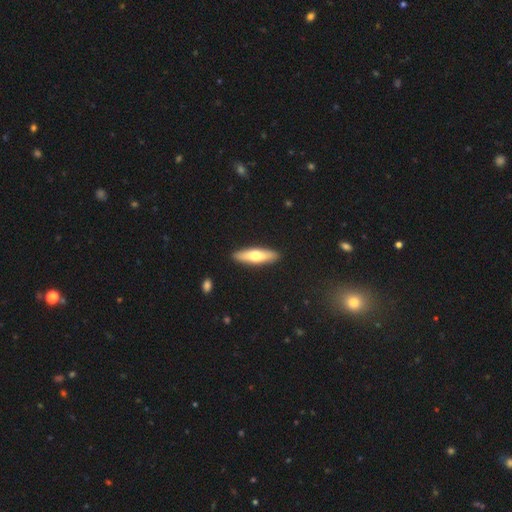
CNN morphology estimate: smooth 60%, featured or disk 35%, star or artifact 5%. Down the decision tree: how rounded — cigar-shaped (69%); merging — none (90%).